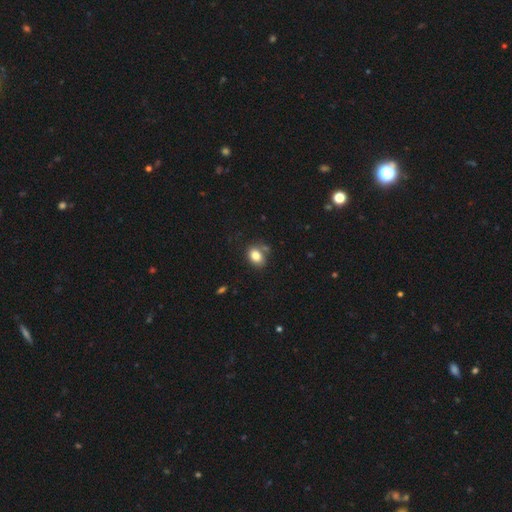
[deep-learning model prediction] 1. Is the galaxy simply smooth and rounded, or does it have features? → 83% smooth, 9% star or artifact, 8% featured or disk.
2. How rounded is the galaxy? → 72% in between, 26% round, 1% cigar-shaped.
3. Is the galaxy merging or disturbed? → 70% none, 15% minor disturbance, 11% merger, 4% major disturbance.